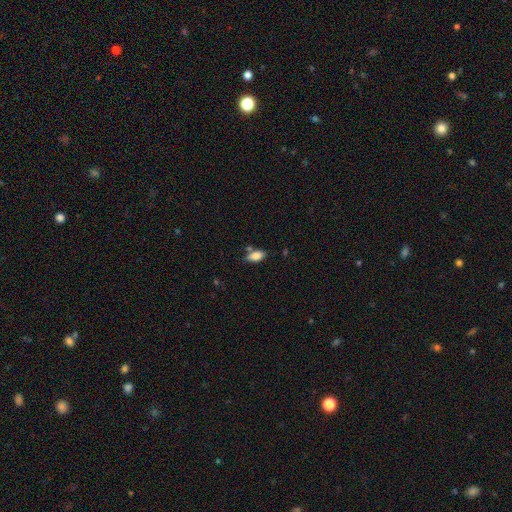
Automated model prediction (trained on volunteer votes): A smooth galaxy with no disk features (84%) that is in between round and cigar-shaped (91%). Merging: none (69%).